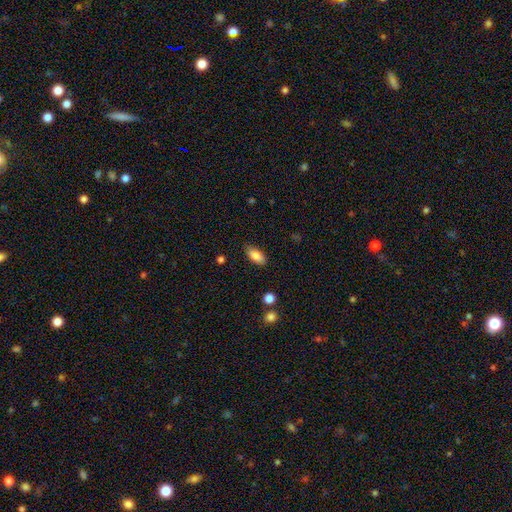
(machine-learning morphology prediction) Smooth or featured?
  - smooth: 84% *
  - featured or disk: 9%
  - star or artifact: 7%
How rounded?
  - in between: 88% *
  - cigar-shaped: 9%
  - round: 3%
Merging?
  - none: 84% *
  - minor disturbance: 12%
  - major disturbance: 2%
  - merger: 1%